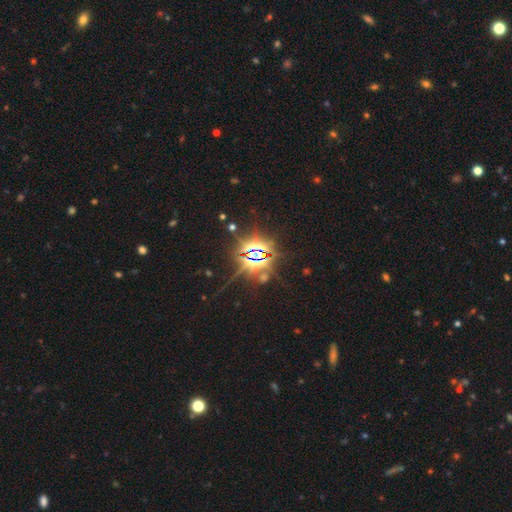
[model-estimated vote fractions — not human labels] Smooth or featured: star or artifact — 84% (smooth — 8%)